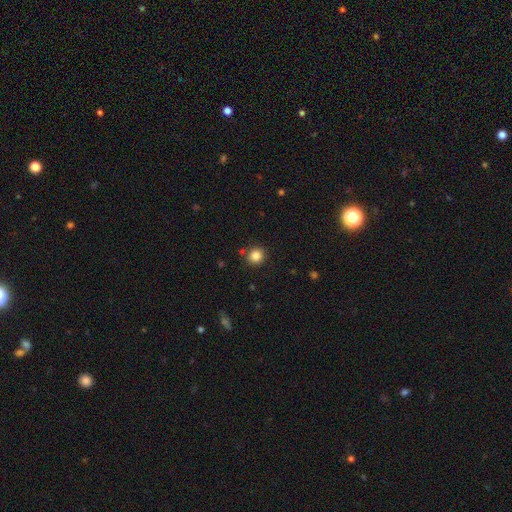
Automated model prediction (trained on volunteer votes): This is clearly a smooth galaxy (85%). How rounded: clearly round (90%). Merging: clearly none (85%).